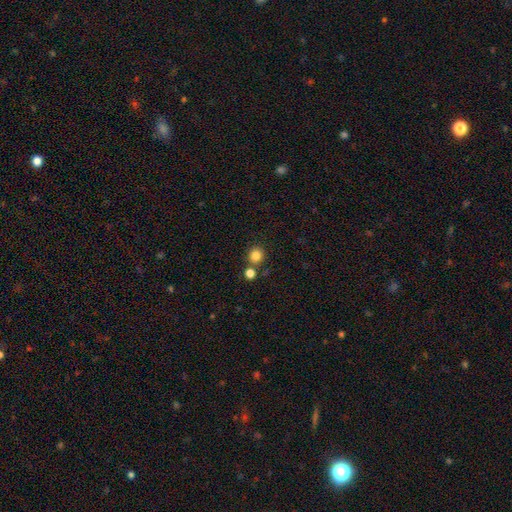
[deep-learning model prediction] The model was most divided on "merging": none: 74%, merger: 16%, minor disturbance: 7%, major disturbance: 3%. More confident: how rounded — round (89%); smooth or featured — smooth (83%).